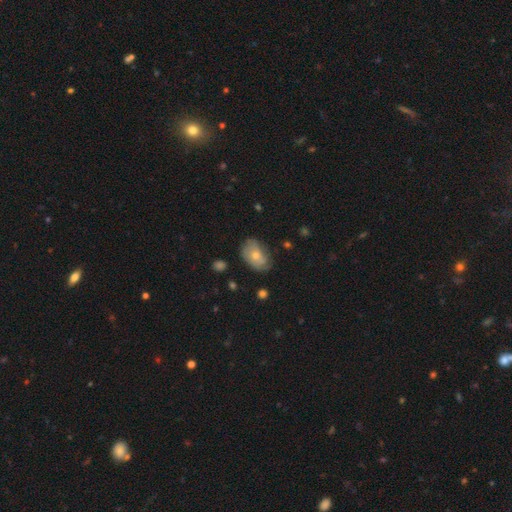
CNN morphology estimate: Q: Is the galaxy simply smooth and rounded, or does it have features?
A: smooth — 49%.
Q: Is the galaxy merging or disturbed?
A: none — 64%.